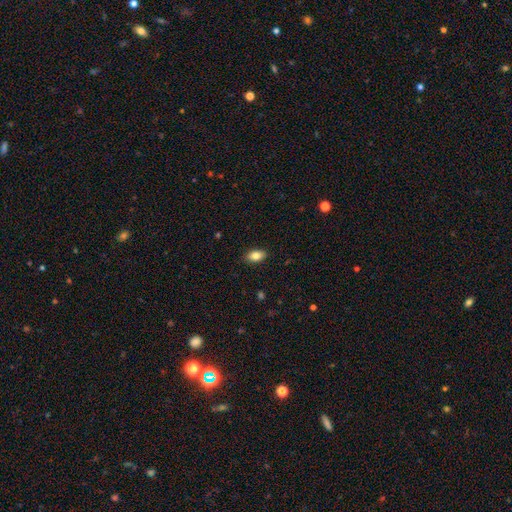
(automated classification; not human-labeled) Smooth or featured?
  - smooth: 84% *
  - featured or disk: 8%
  - star or artifact: 8%
How rounded?
  - in between: 91% *
  - round: 7%
  - cigar-shaped: 3%
Merging?
  - none: 88% *
  - minor disturbance: 9%
  - major disturbance: 2%
  - merger: 1%